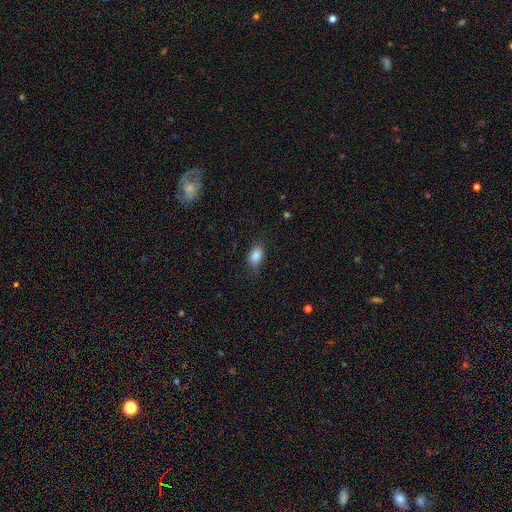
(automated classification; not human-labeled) Smooth or featured? smooth (86%)
How rounded? in between (85%)
Merging? none (80%)